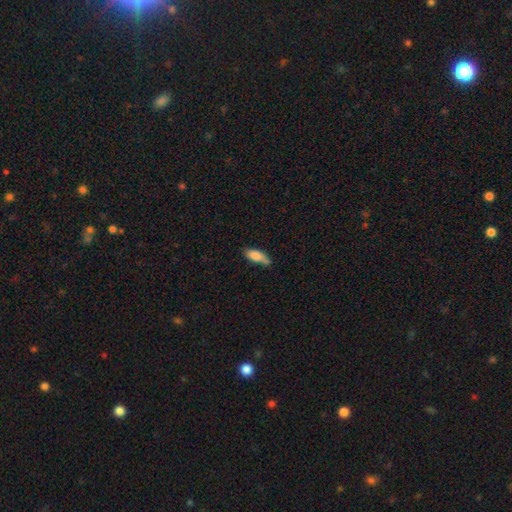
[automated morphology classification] This appears to be a smooth galaxy with no disk features (80%) that is in between round and cigar-shaped (75%). Merging: none (50%).